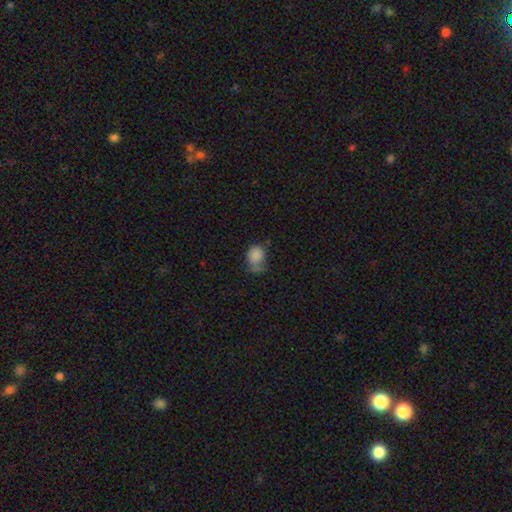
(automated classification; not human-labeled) smooth-or-featured: smooth: 83% | star or artifact: 10% | featured or disk: 7%
  how-rounded: in between: 51% | round: 48% | cigar-shaped: 1%
  merging: none: 41% | minor disturbance: 32% | major disturbance: 16% | merger: 11%